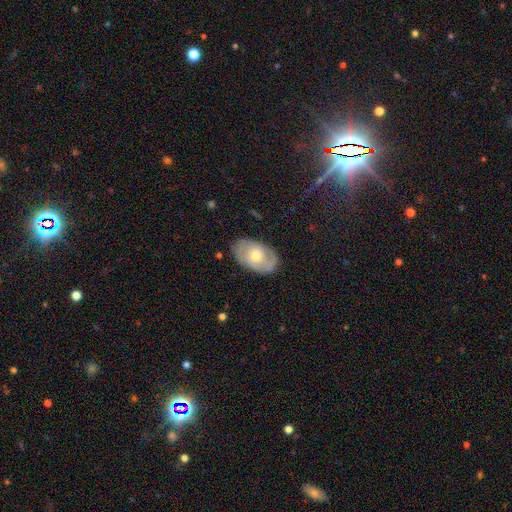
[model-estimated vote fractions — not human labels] This appears to be a featured or disk galaxy (57%) with no bar (76%), spiral arms (64%) and a moderate central bulge (63%). Merging: none (79%).